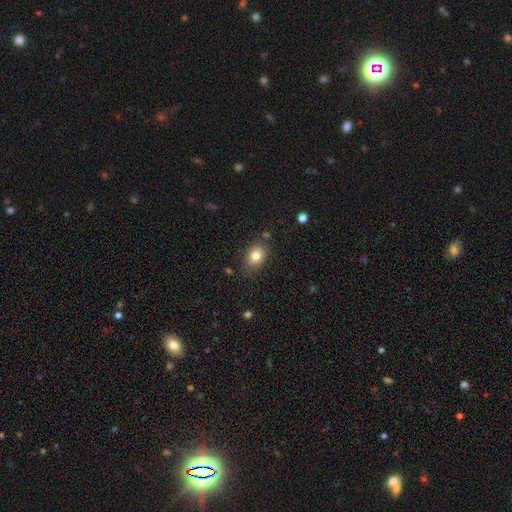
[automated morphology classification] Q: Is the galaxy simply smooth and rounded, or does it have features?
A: smooth — 81%.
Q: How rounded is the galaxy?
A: in between — 71%.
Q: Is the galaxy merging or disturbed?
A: none — 80%.